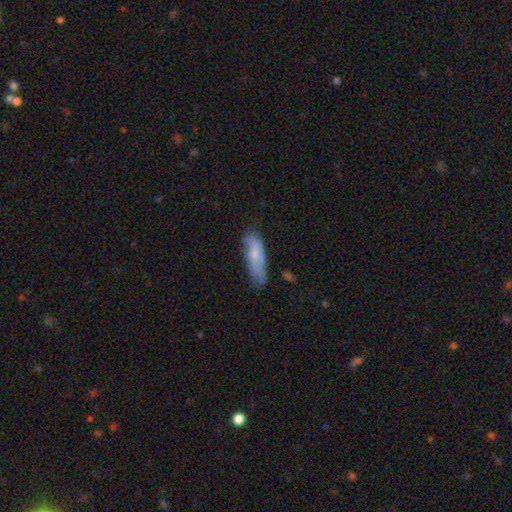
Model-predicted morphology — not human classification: Overall: smooth (65%; featured or disk 28%). How rounded: in between (54%; cigar-shaped 44%). Merging: none (59%; minor disturbance 29%).